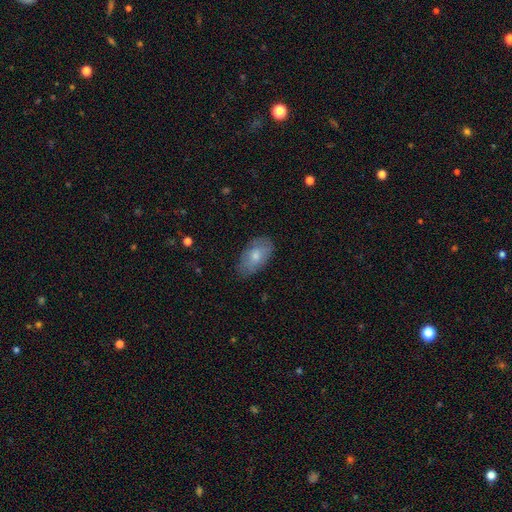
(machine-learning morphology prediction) type=smooth (70%); roundness=in between (93%); merging=none (77%).